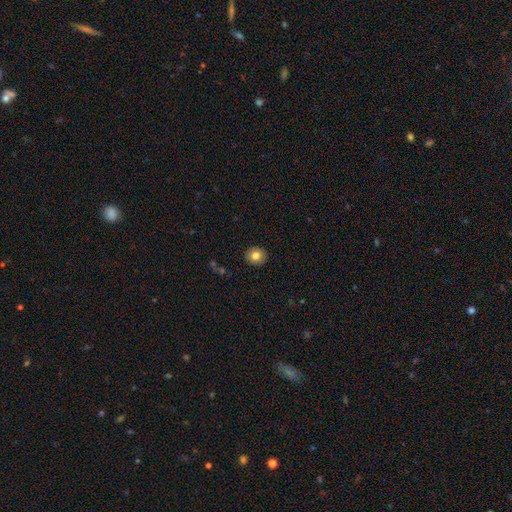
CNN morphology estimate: The model was most divided on "smooth or featured": smooth: 80%, featured or disk: 11%, star or artifact: 9%. More confident: merging — none (91%); how rounded — round (84%).